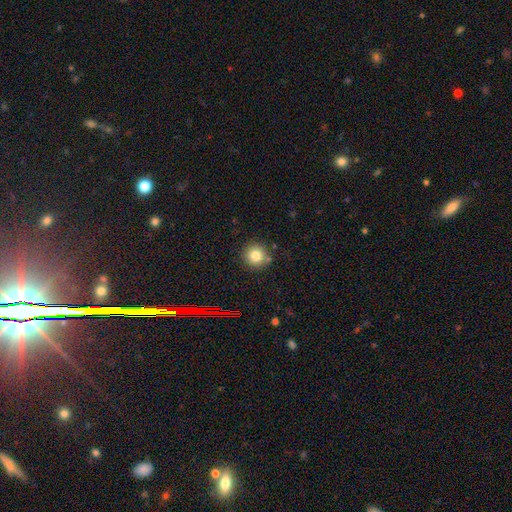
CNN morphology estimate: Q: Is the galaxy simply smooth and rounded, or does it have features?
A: smooth — 80%.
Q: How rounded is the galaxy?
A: round — 94%.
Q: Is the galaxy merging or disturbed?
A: none — 84%.